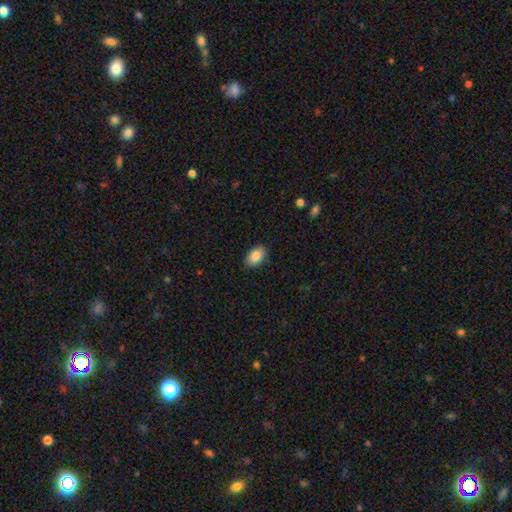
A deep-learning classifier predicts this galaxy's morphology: smooth_or_featured: smooth (p=0.87) [alt: star or artifact p=0.07]
how_rounded: in between (p=0.91) [alt: round p=0.08]
merging: none (p=0.87) [alt: minor disturbance p=0.10]